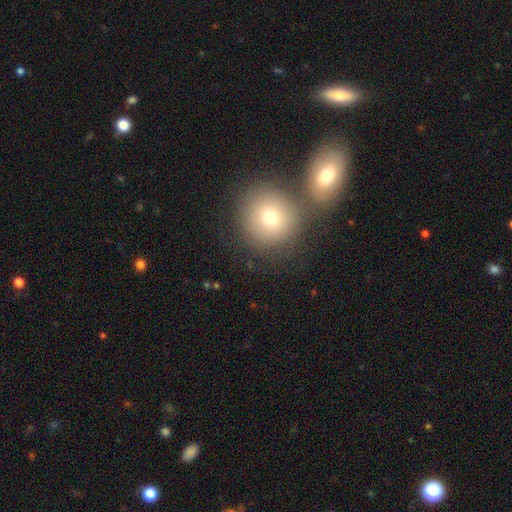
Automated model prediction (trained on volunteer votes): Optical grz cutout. It shows a smooth galaxy with no disk features (56%) that is round (81%). Merging: none (68%).